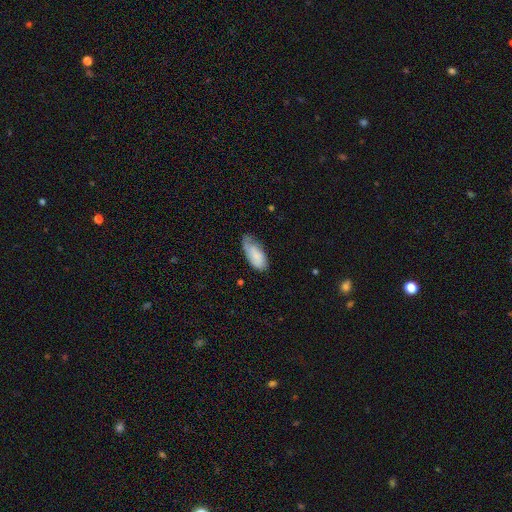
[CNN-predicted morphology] This is likely a smooth galaxy (72%). How rounded: clearly in between (90%). Merging: marginally minor disturbance (42%).